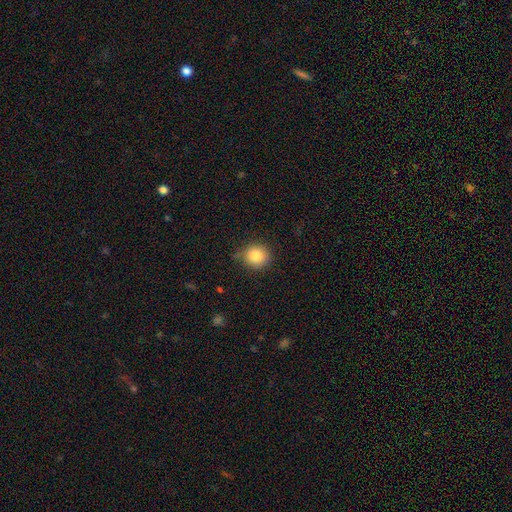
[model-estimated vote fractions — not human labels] This appears to be a smooth galaxy with no disk features (85%) that is round (88%). Merging: none (79%).